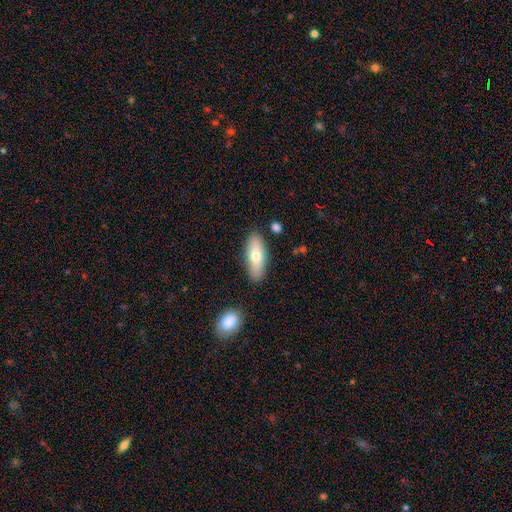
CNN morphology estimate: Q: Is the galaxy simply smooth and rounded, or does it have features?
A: smooth — 70%.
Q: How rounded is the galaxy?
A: in between — 73%.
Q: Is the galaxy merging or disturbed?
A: none — 83%.